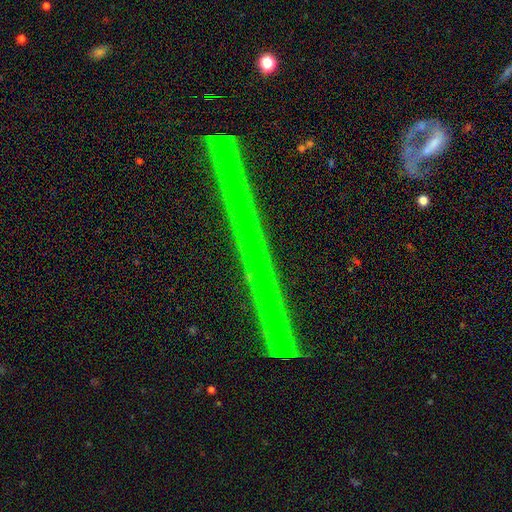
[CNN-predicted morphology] Q: Smooth or featured?
A: star or artifact (47%); runner-up: featured or disk (42%)